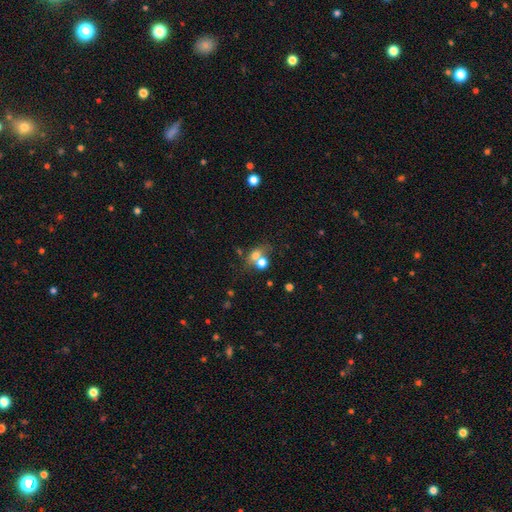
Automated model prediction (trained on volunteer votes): Smooth or featured? smooth (66%)
How rounded? round (53%)
Merging? merger (49%)